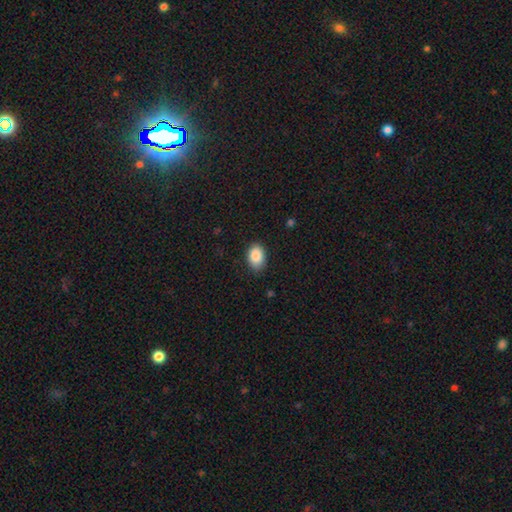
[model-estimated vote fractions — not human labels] A smooth galaxy with no disk features (88%) that is in between round and cigar-shaped (85%). Merging: none (84%).